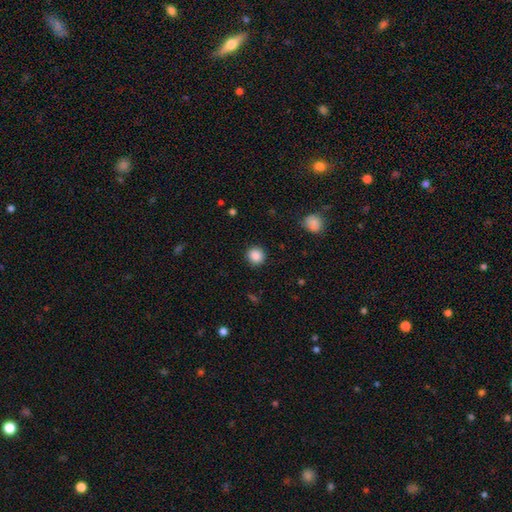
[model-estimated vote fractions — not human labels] A smooth galaxy with no disk features (87%) that is round (92%).

Vote fractions:
- Smooth or featured? smooth: 87% / star or artifact: 9% / featured or disk: 3%
- How rounded? round: 92% / in between: 7% / cigar-shaped: 1%
- Merging? none: 91% / minor disturbance: 6% / major disturbance: 2% / merger: 1%